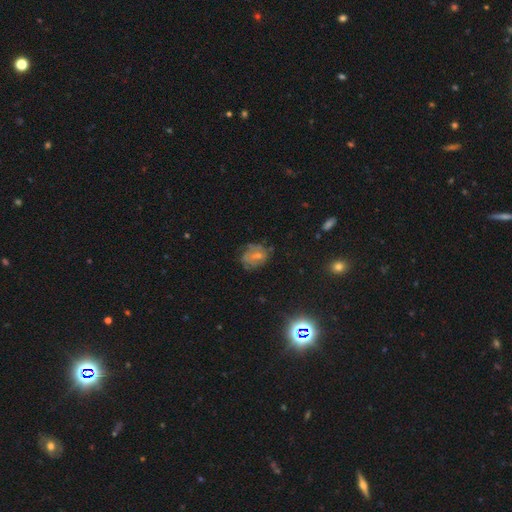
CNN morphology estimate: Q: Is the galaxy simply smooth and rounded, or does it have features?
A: featured or disk — 43%.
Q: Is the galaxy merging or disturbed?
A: none — 53%.